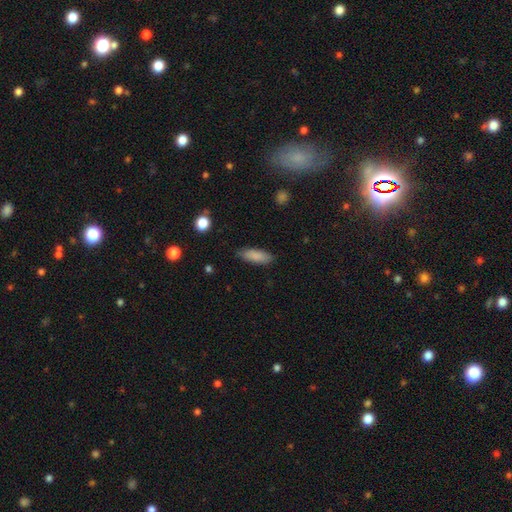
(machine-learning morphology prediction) Overall: smooth (86%). How rounded: in between (64%; cigar-shaped 34%). Merging: none (83%).